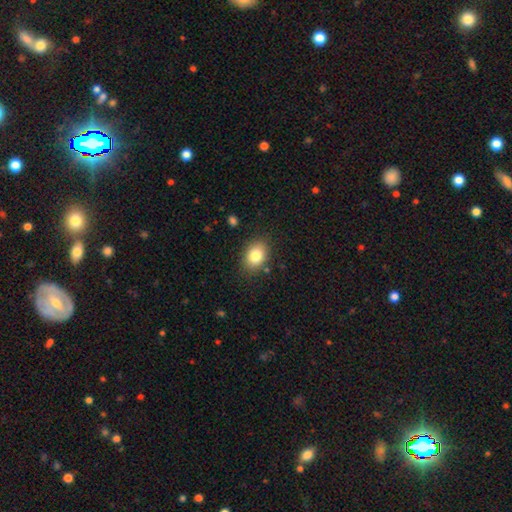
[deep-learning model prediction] The model was most divided on "how rounded": in between: 67%, round: 32%, cigar-shaped: 1%. More confident: merging — none (84%); smooth or featured — smooth (82%).